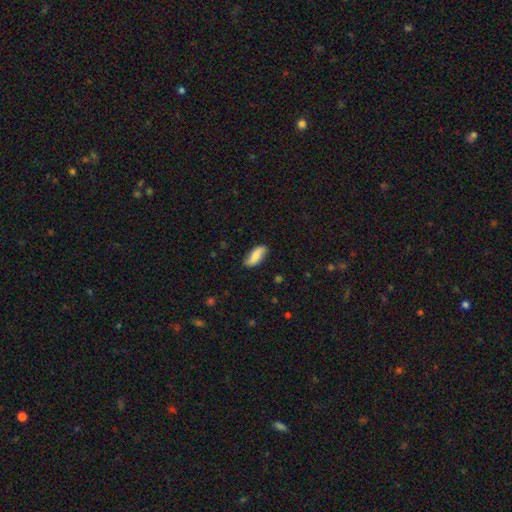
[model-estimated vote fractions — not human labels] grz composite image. It shows a smooth galaxy with no disk features (57%) that is in between round and cigar-shaped (80%). Merging: none (80%).